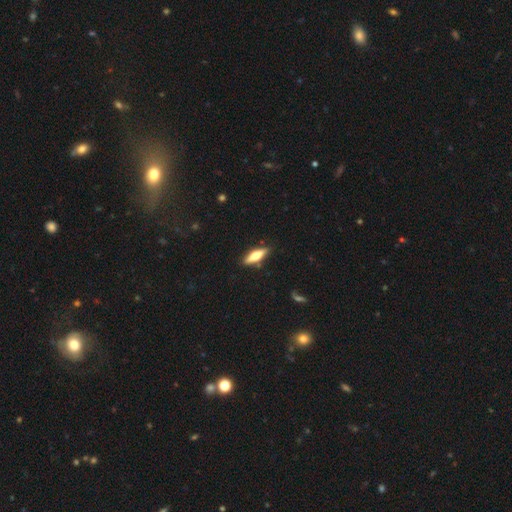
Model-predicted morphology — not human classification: A featured or disk galaxy (49%). Merging: none (86%).